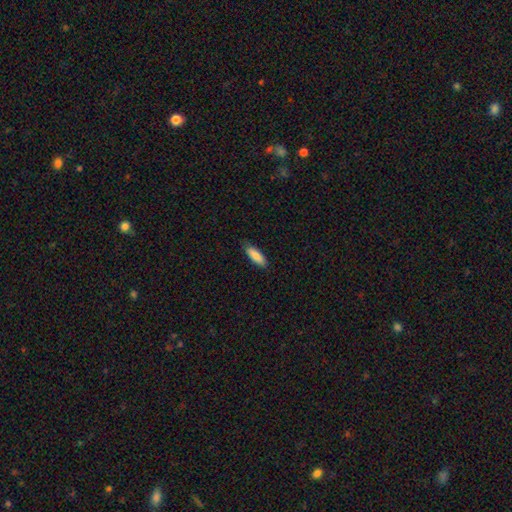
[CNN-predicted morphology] Overall: smooth (84%). How rounded: in between (56%; cigar-shaped 42%). Merging: none (83%).